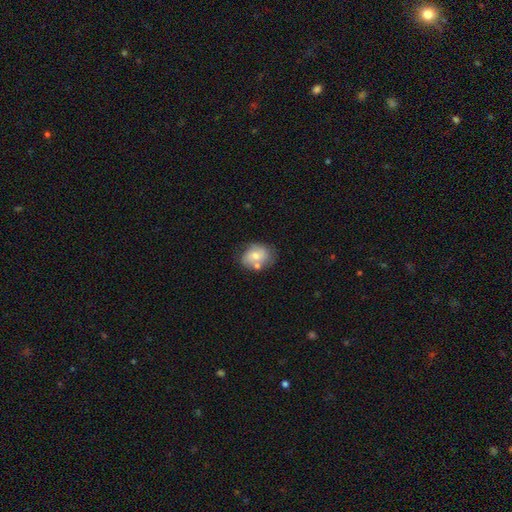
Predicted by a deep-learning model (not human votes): smooth_or_featured: smooth (p=0.59) [alt: featured or disk p=0.33]
how_rounded: in between (p=0.58) [alt: round p=0.41]
merging: none (p=0.53) [alt: minor disturbance p=0.22]